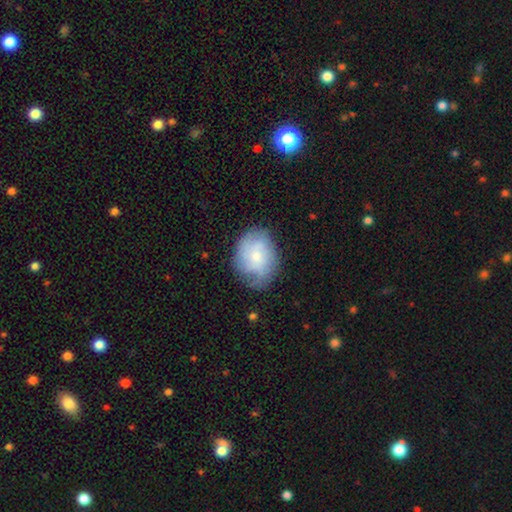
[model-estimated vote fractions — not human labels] Overall: smooth (49%; featured or disk 43%). Merging: none (64%; minor disturbance 25%).